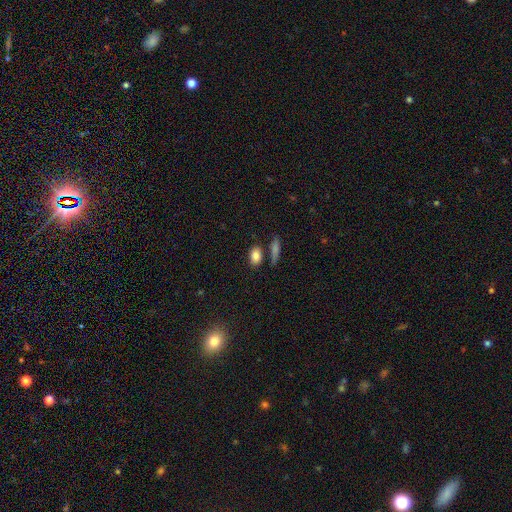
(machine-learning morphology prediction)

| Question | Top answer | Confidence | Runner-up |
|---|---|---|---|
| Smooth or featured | smooth | 85% | star or artifact (8%) |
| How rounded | in between | 83% | round (13%) |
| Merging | none | 72% | merger (13%) |